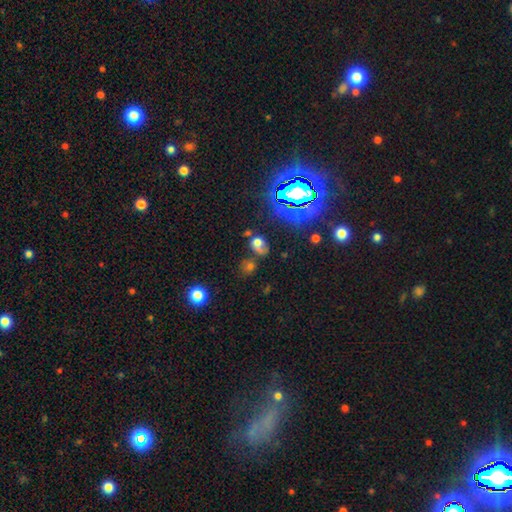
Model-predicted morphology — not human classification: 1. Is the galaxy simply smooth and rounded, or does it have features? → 74% star or artifact, 16% smooth, 10% featured or disk.